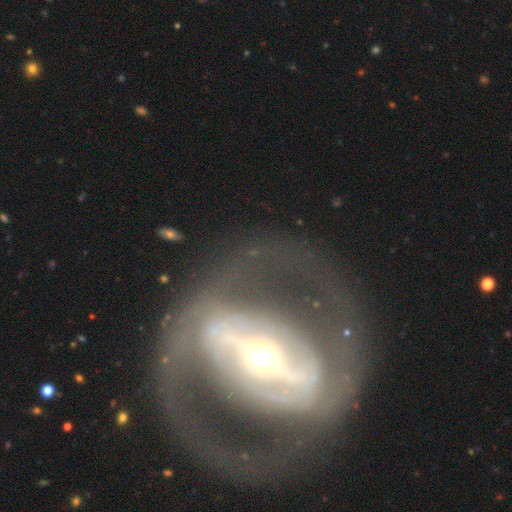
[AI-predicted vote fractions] This appears to be a featured or disk galaxy (85%) with a strong bar (71%), spiral arms (62%) and a small central bulge (55%). Merging: none (69%).